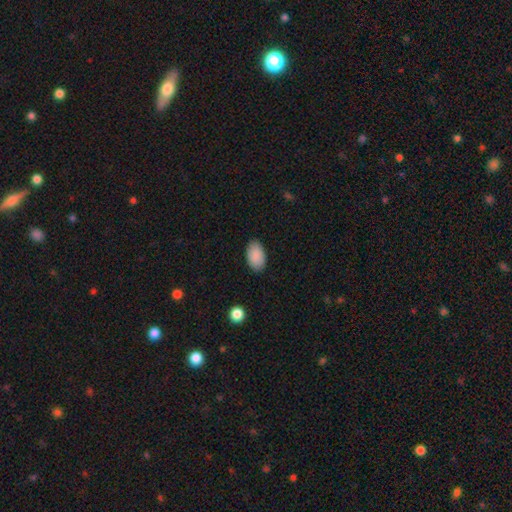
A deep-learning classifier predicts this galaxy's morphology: Smooth or featured: smooth — 90% (star or artifact — 6%)
How rounded: in between — 94% (round — 5%)
Merging: none — 86% (minor disturbance — 11%)